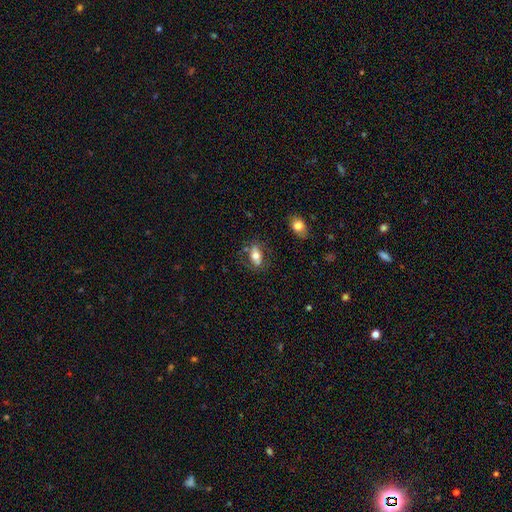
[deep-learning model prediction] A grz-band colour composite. It shows a smooth galaxy with no disk features (64%) that is in between round and cigar-shaped (85%). Merging: none (68%).